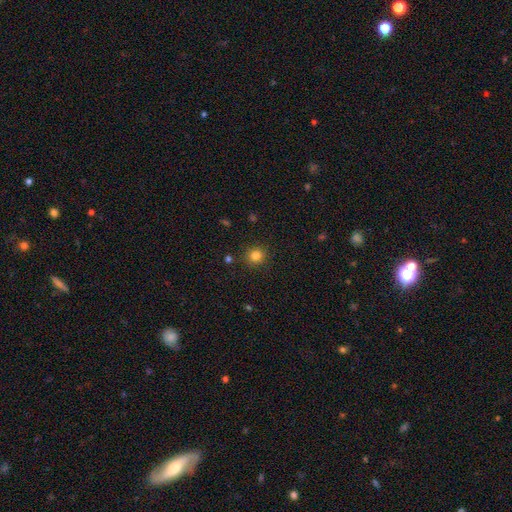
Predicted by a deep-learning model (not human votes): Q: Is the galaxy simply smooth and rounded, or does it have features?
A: smooth — 82%.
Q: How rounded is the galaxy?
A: round — 91%.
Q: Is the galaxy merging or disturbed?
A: none — 89%.